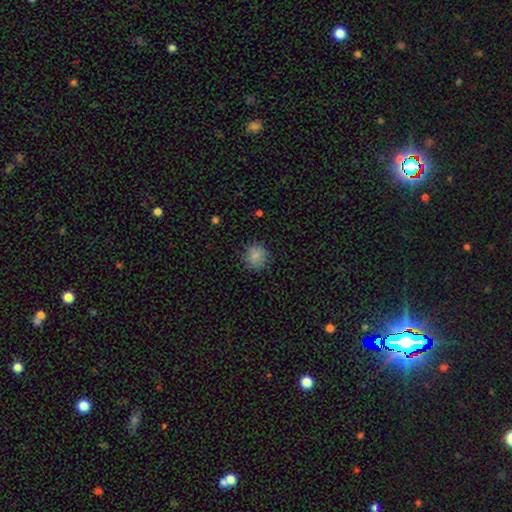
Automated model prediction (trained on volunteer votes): Smooth or featured? smooth (84%)
How rounded? round (90%)
Merging? none (85%)